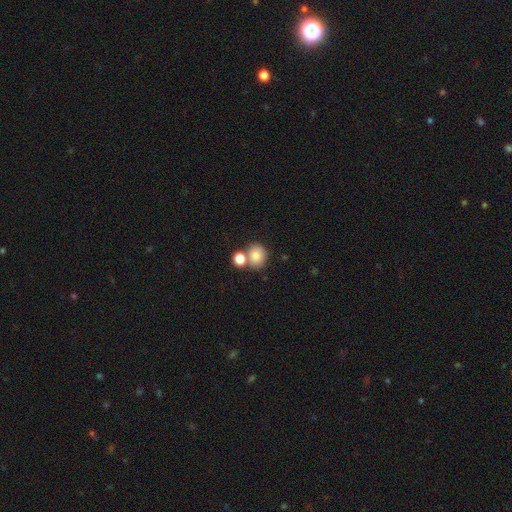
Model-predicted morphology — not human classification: smooth 80%, star or artifact 10%, featured or disk 9%. Down the decision tree: how rounded — round (73%); merging — none (53%).